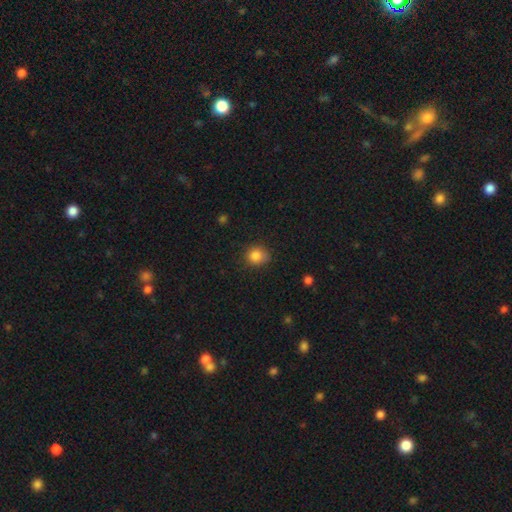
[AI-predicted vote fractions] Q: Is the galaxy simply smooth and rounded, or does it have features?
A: smooth — 84%.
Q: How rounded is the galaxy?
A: round — 76%.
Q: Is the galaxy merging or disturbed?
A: none — 76%.